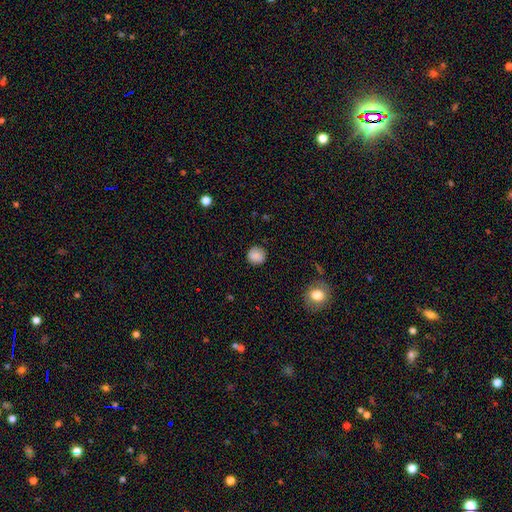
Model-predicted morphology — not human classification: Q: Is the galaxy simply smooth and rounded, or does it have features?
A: smooth — 85%.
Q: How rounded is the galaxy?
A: round — 91%.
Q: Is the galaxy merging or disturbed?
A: none — 86%.